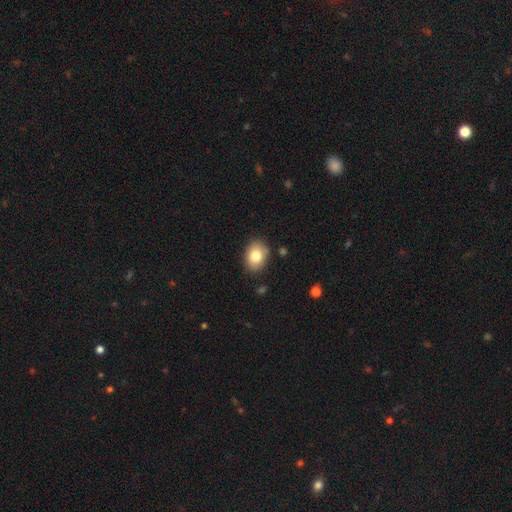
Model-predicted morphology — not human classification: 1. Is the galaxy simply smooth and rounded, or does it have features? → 80% smooth, 12% featured or disk, 8% star or artifact.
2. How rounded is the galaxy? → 68% in between, 31% round, 1% cigar-shaped.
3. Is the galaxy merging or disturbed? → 85% none, 11% minor disturbance, 2% major disturbance, 2% merger.